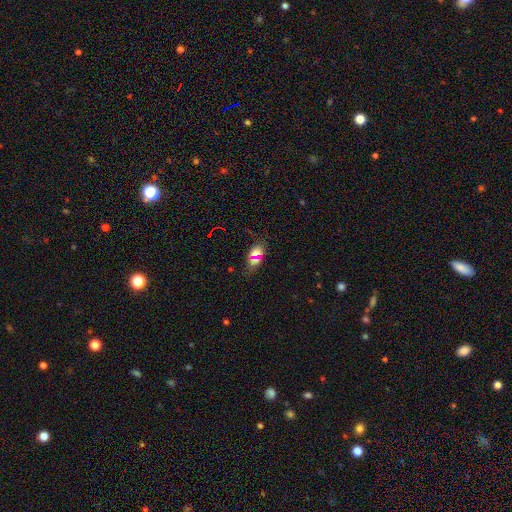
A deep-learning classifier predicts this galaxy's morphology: This is likely a smooth galaxy (62%). How rounded: clearly in between (80%). Merging: likely none (78%).